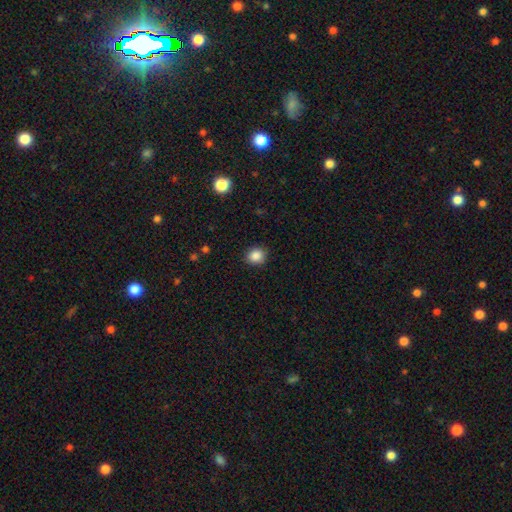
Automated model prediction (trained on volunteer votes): Smooth or featured?
  - smooth: 86% *
  - star or artifact: 10%
  - featured or disk: 4%
How rounded?
  - round: 81% *
  - in between: 18%
  - cigar-shaped: 1%
Merging?
  - none: 90% *
  - minor disturbance: 7%
  - major disturbance: 2%
  - merger: 1%